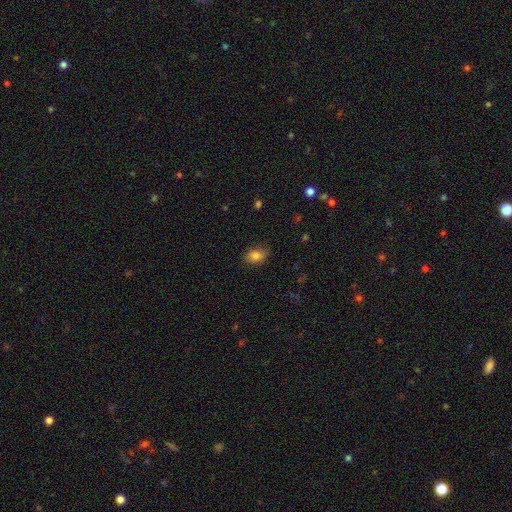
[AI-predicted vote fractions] A smooth galaxy with no disk features (81%) that is in between round and cigar-shaped (79%).

Vote fractions:
- Smooth or featured? smooth: 81% / star or artifact: 10% / featured or disk: 9%
- How rounded? in between: 79% / round: 19% / cigar-shaped: 2%
- Merging? none: 74% / minor disturbance: 21% / major disturbance: 4% / merger: 1%